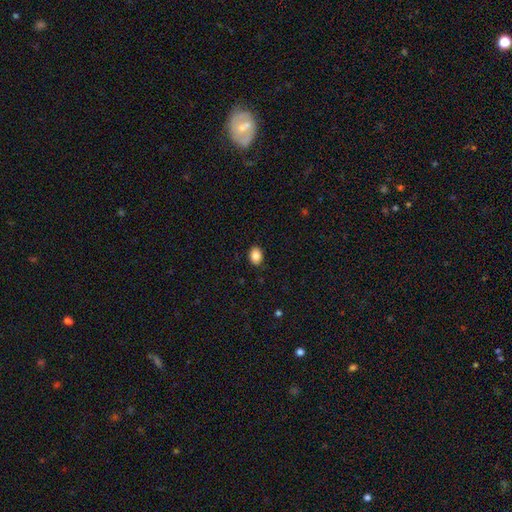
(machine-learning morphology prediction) Smooth or featured?
  - smooth: 87% *
  - star or artifact: 9%
  - featured or disk: 5%
How rounded?
  - in between: 66% *
  - round: 33%
  - cigar-shaped: 1%
Merging?
  - none: 88% *
  - minor disturbance: 9%
  - major disturbance: 2%
  - merger: 1%